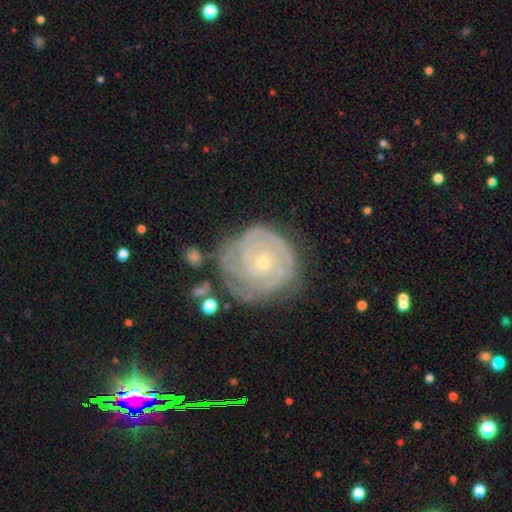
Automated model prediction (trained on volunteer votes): Smooth or featured? featured or disk (82%)
Edge-on disk? no (97%)
Bar? no (80%)
Spiral arms? yes (95%)
Spiral winding? tight (83%)
Spiral arm count? can't tell (29%)
Bulge size? small (73%)
Merging? none (71%)